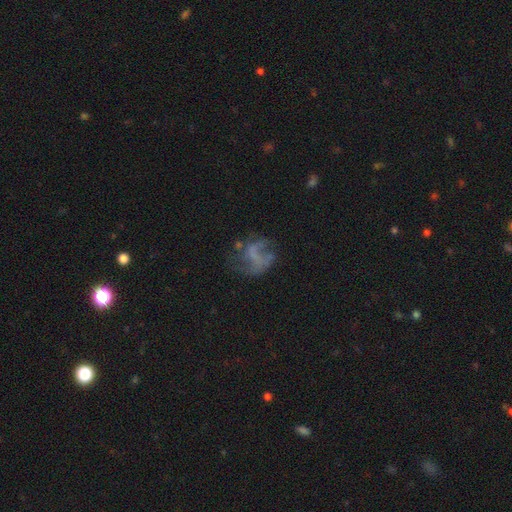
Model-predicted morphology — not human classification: Smooth or featured? Predicted: featured or disk (p=0.60). Edge-on disk? Predicted: no (p=0.98). Bar? Predicted: no (p=0.65). Spiral arms? Predicted: yes (p=0.61). Bulge size? Predicted: none (p=0.78). Merging? Predicted: none (p=0.40).